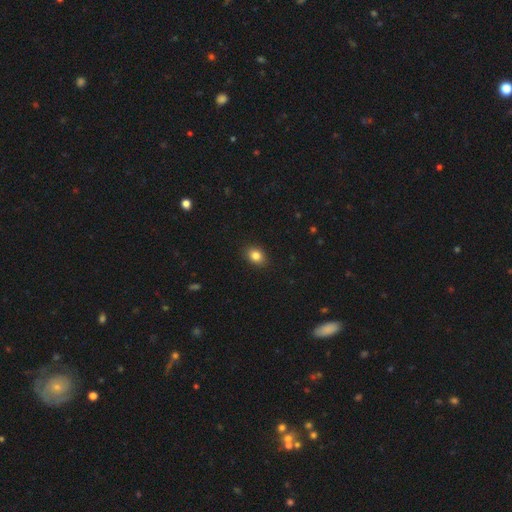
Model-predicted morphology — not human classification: This appears to be a smooth galaxy with no disk features (83%) that is in between round and cigar-shaped (64%). Merging: none (89%).